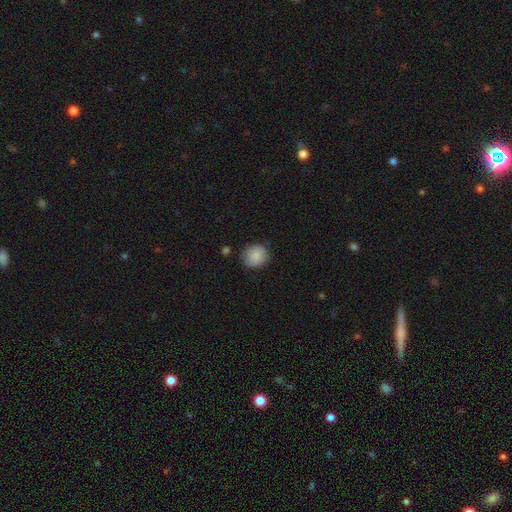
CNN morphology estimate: smooth 87%, star or artifact 8%, featured or disk 6%. Down the decision tree: how rounded — round (83%); merging — none (79%).